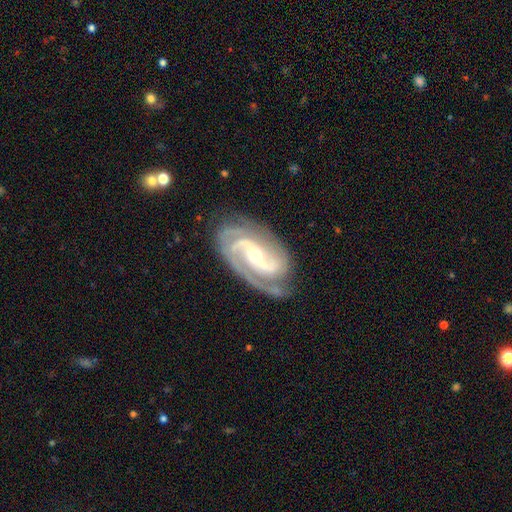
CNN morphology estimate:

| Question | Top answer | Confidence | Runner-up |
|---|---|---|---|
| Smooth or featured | featured or disk | 93% | star or artifact (4%) |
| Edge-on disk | no | 97% | yes (3%) |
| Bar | weak | 39% | strong (33%) |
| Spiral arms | yes | 98% | no (2%) |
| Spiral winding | medium | 47% | tight (45%) |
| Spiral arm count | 2 | 70% | 3 (18%) |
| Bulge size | moderate | 49% | small (47%) |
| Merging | none | 76% | minor disturbance (17%) |